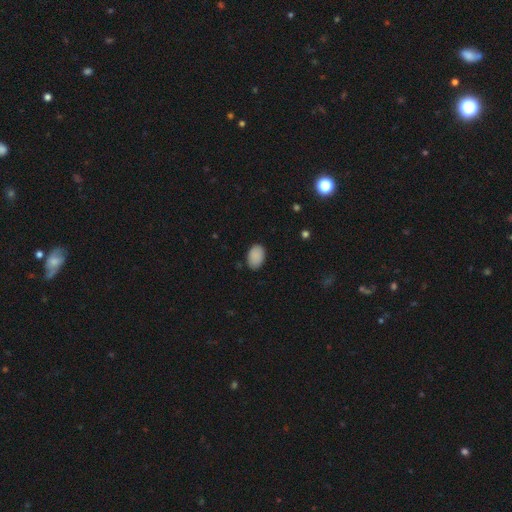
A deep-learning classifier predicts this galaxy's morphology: Q: Smooth or featured?
A: smooth (89%); runner-up: star or artifact (8%)
Q: How rounded?
A: in between (86%); runner-up: round (13%)
Q: Merging?
A: none (85%); runner-up: minor disturbance (12%)